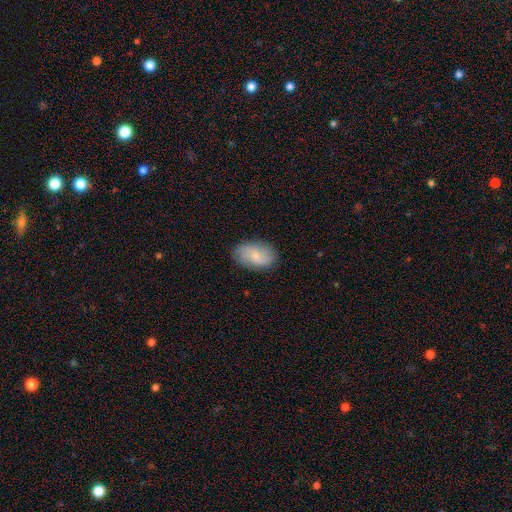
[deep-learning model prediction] Overall: smooth (59%; featured or disk 33%). How rounded: in between (89%). Merging: none (78%).